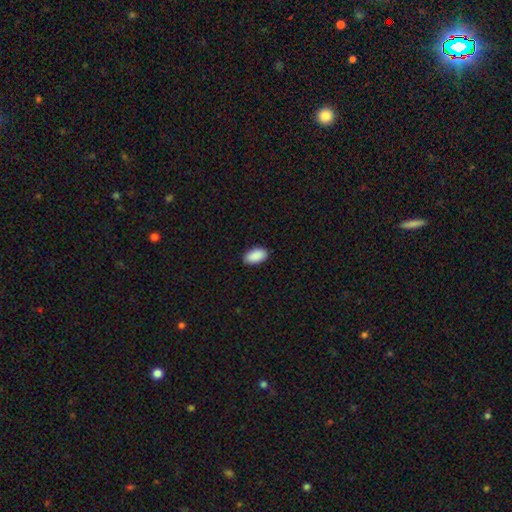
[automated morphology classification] type=smooth (91%); roundness=in between (95%); merging=none (89%).